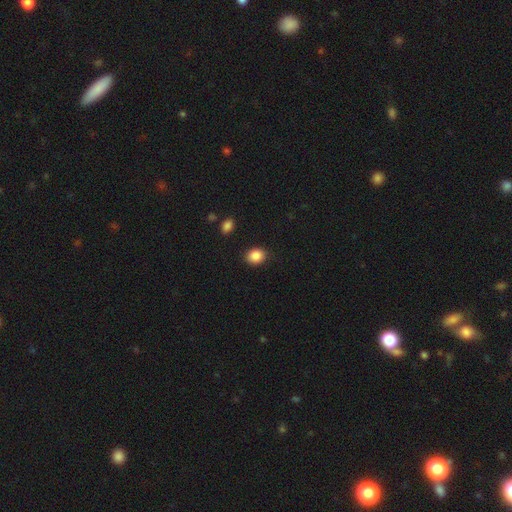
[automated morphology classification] A smooth galaxy with no disk features (87%) that is round (61%). Merging: none (87%).